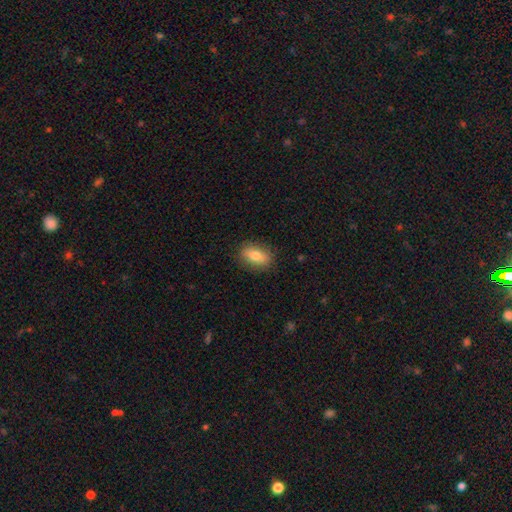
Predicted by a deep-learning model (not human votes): A smooth galaxy with no disk features (75%) that is in between round and cigar-shaped (82%).

Vote fractions:
- Smooth or featured? smooth: 75% / featured or disk: 17% / star or artifact: 8%
- How rounded? in between: 82% / round: 13% / cigar-shaped: 5%
- Merging? none: 86% / minor disturbance: 11% / major disturbance: 3% / merger: 1%